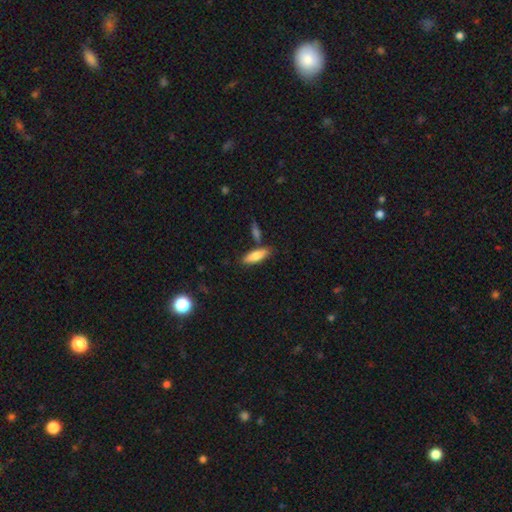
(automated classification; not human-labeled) This appears to be a smooth galaxy with no disk features (77%) that is in between round and cigar-shaped (55%). Merging: none (75%).